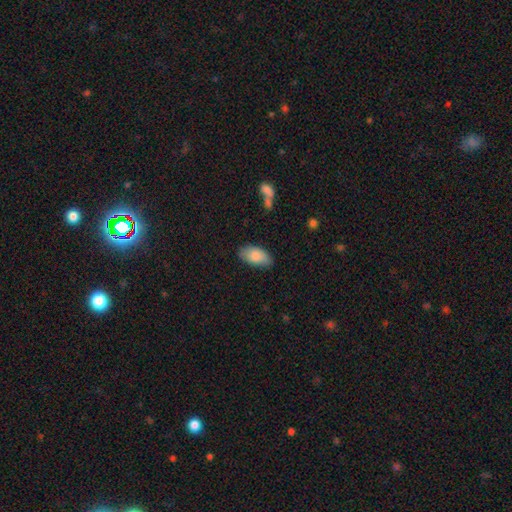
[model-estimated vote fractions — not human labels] Smooth or featured? smooth (86%)
How rounded? in between (94%)
Merging? none (77%)